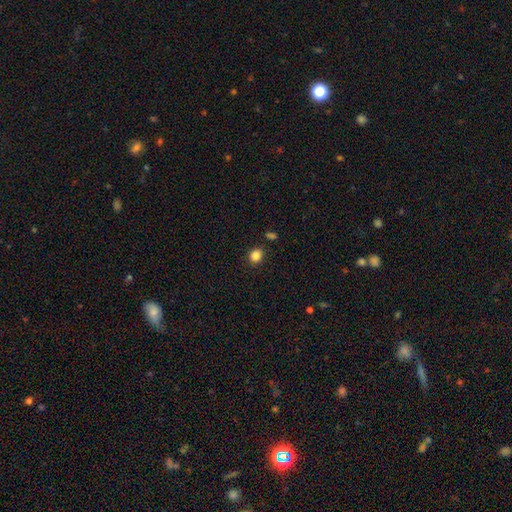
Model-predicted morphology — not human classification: A smooth galaxy with no disk features (84%) that is round (75%). Merging: none (87%).